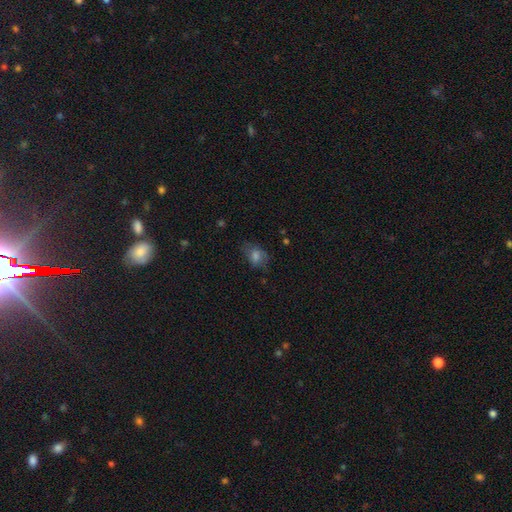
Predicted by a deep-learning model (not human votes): Smooth or featured: smooth — 65% (featured or disk — 21%)
How rounded: in between — 73% (round — 25%)
Merging: none — 58% (minor disturbance — 27%)